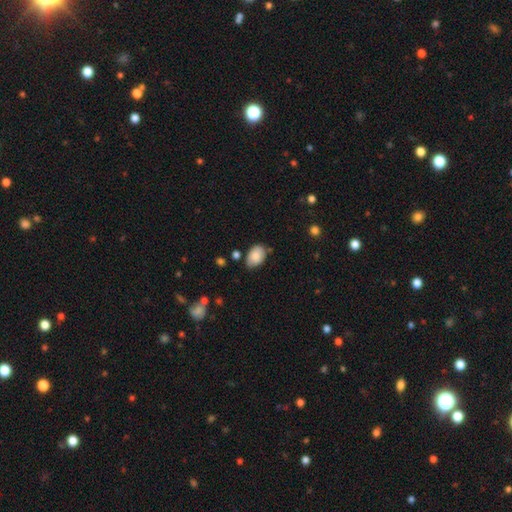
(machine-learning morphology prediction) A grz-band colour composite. It shows a smooth galaxy with no disk features (84%) that is in between round and cigar-shaped (87%). Merging: none (67%).